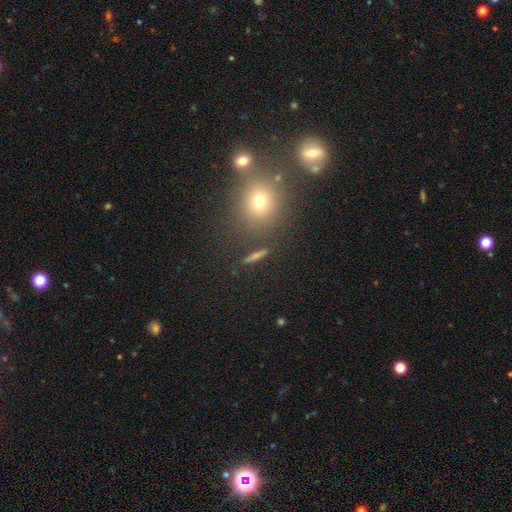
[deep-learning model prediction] Smooth or featured?
  - smooth: 53% *
  - star or artifact: 24%
  - featured or disk: 23%
How rounded?
  - cigar-shaped: 55% *
  - round: 25%
  - in between: 20%
Merging?
  - none: 82% *
  - minor disturbance: 8%
  - merger: 6%
  - major disturbance: 4%